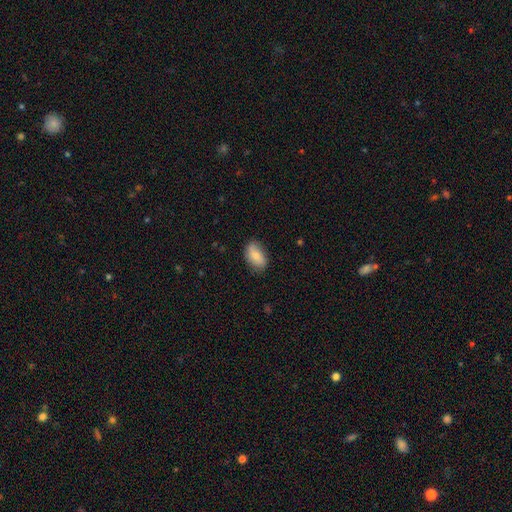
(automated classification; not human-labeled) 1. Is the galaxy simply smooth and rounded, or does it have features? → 73% smooth, 20% featured or disk, 7% star or artifact.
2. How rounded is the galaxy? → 91% in between, 7% round, 2% cigar-shaped.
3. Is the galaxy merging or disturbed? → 76% none, 20% minor disturbance, 4% major disturbance, 1% merger.